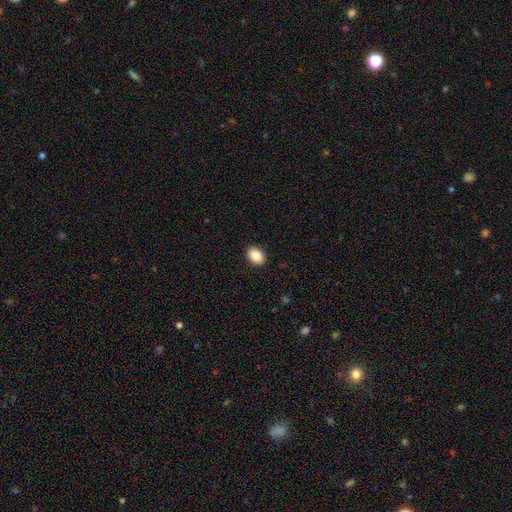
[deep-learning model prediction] Smooth or featured? Predicted: smooth (p=0.86). How rounded? Predicted: in between (p=0.72). Merging? Predicted: none (p=0.91).